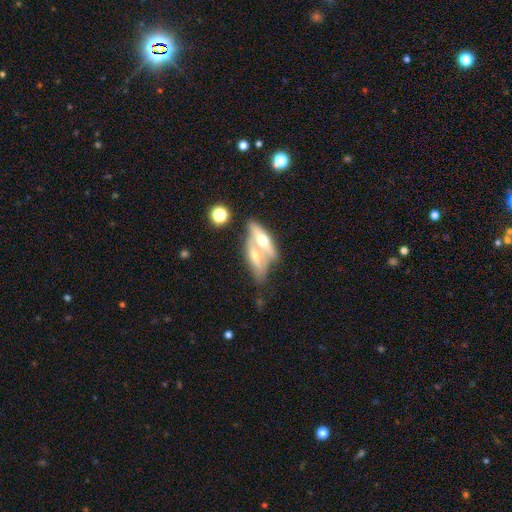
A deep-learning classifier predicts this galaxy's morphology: featured or disk 51%, smooth 42%, star or artifact 7%. Down the decision tree: edge-on disk — yes (53%); merging — merger (69%).